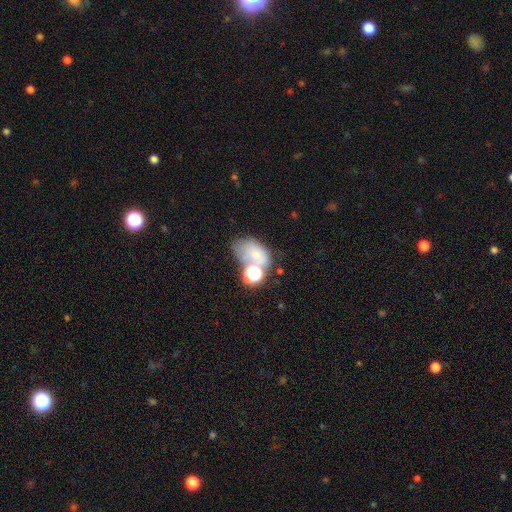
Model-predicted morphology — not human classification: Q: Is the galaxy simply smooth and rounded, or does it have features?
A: smooth — 62%.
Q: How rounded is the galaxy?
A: in between — 79%.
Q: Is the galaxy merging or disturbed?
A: merger — 34%.